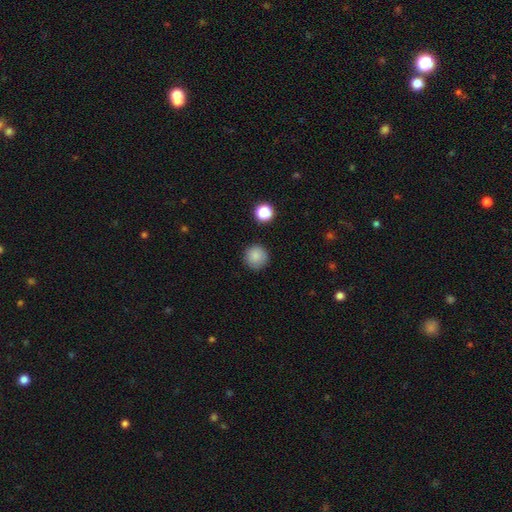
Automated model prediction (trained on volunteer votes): A smooth galaxy with no disk features (86%) that is round (95%). Merging: none (89%).